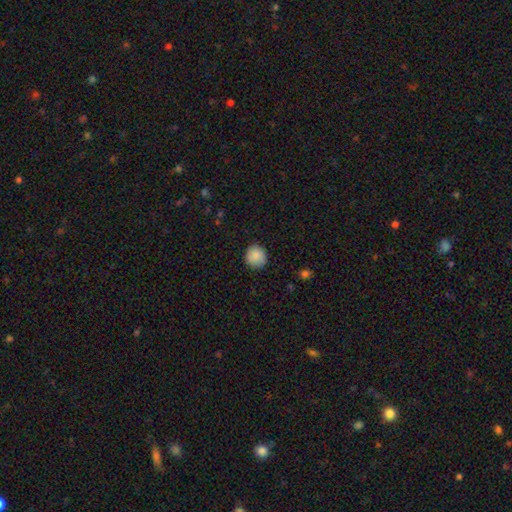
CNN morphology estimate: smooth-or-featured: smooth: 88% | star or artifact: 8% | featured or disk: 4%
  how-rounded: round: 91% | in between: 8% | cigar-shaped: 1%
  merging: none: 88% | minor disturbance: 9% | major disturbance: 2% | merger: 1%